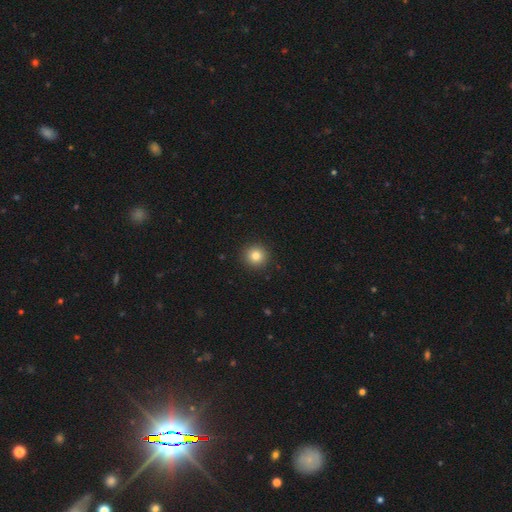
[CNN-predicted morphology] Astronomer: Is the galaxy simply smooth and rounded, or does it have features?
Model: smooth — 82%.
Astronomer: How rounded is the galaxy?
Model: round — 93%.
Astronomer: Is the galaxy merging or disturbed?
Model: none — 92%.